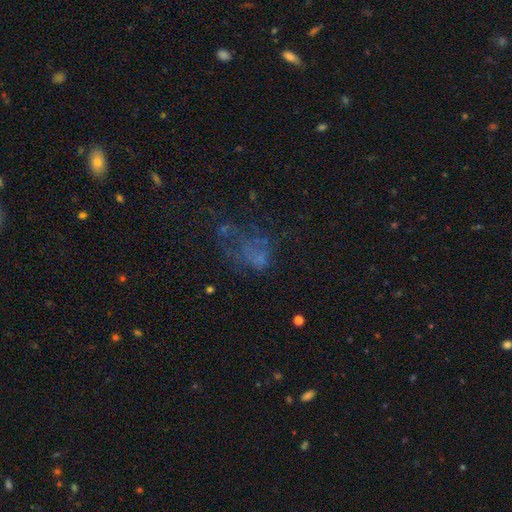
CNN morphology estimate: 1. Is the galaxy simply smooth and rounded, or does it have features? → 40% featured or disk, 33% smooth, 28% star or artifact.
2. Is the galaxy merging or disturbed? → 42% major disturbance, 34% none, 16% minor disturbance, 8% merger.